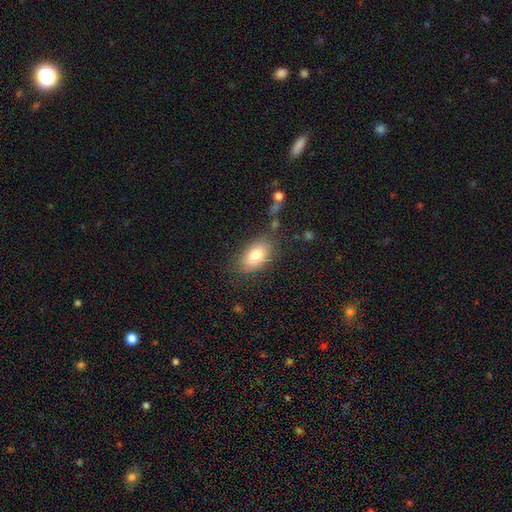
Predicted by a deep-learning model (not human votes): smooth 82%, featured or disk 11%, star or artifact 7%. Down the decision tree: how rounded — in between (90%); merging — none (76%).